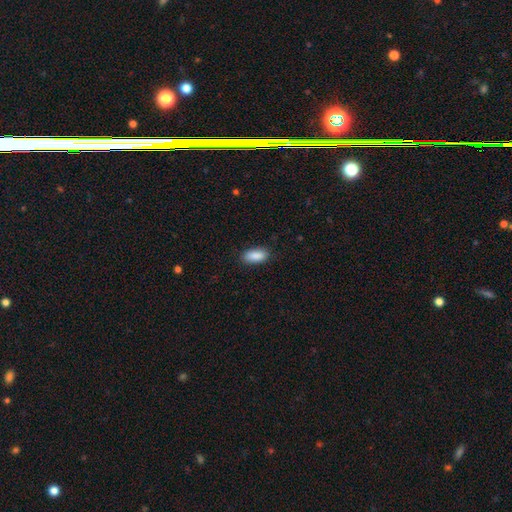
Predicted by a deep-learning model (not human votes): A smooth galaxy with no disk features (90%) that is in between round and cigar-shaped (87%). Merging: none (87%).